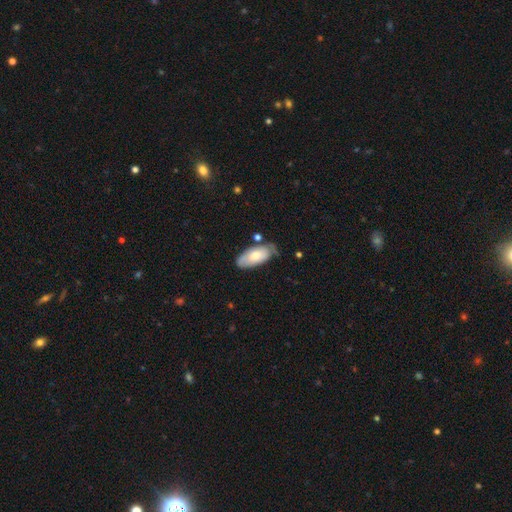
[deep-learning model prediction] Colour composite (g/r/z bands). It shows a smooth galaxy with no disk features (68%) that is in between round and cigar-shaped (90%). Merging: none (59%).